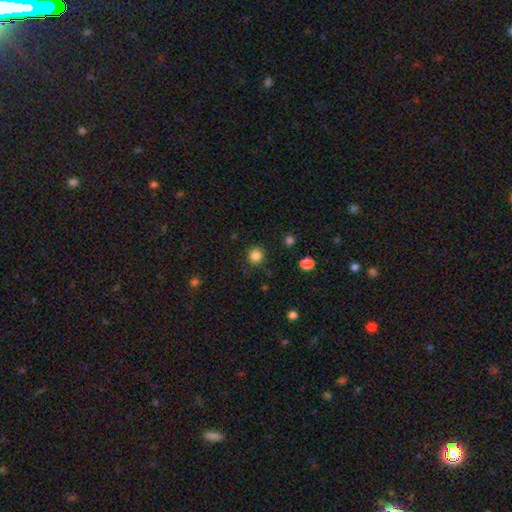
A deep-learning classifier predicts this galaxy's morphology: Smooth or featured: smooth — 85% (star or artifact — 12%)
How rounded: round — 91% (in between — 8%)
Merging: none — 87% (minor disturbance — 9%)